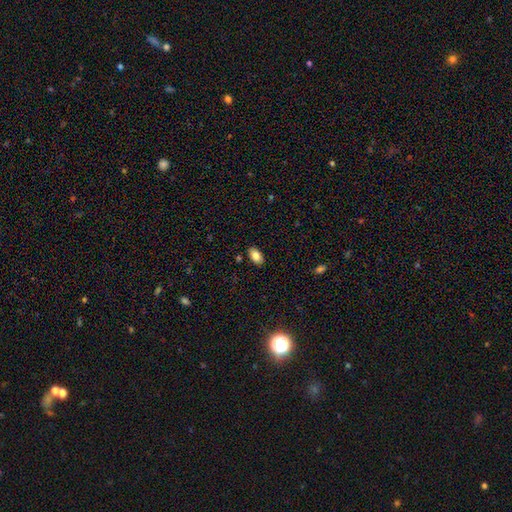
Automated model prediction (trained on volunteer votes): Smooth or featured? smooth (83%)
How rounded? in between (93%)
Merging? none (87%)